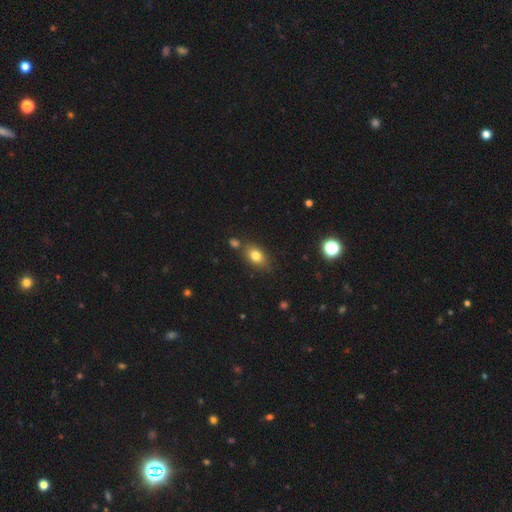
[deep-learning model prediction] The model was most divided on "merging": none: 72%, minor disturbance: 13%, merger: 11%, major disturbance: 3%. More confident: how rounded — in between (79%); smooth or featured — smooth (79%).